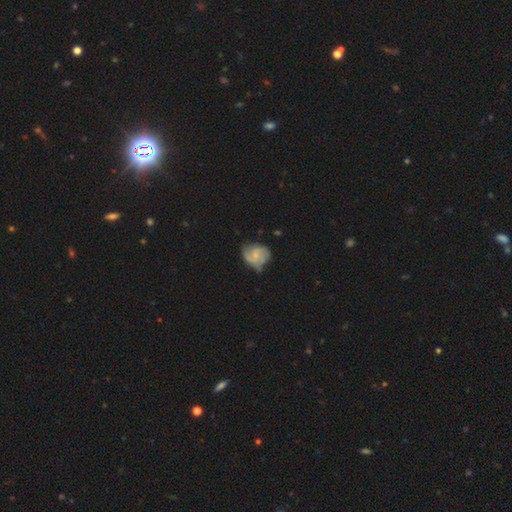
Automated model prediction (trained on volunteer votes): This is likely a featured or disk galaxy (67%). It is clearly not viewed edge-on (98%). Bar: possibly no (58%). Spiral arm pattern: clearly yes (91%). Spiral arm count: possibly 2 (59%). Spiral winding: marginally medium (44%). Central bulge: possibly small (57%). Merging: possibly none (54%).